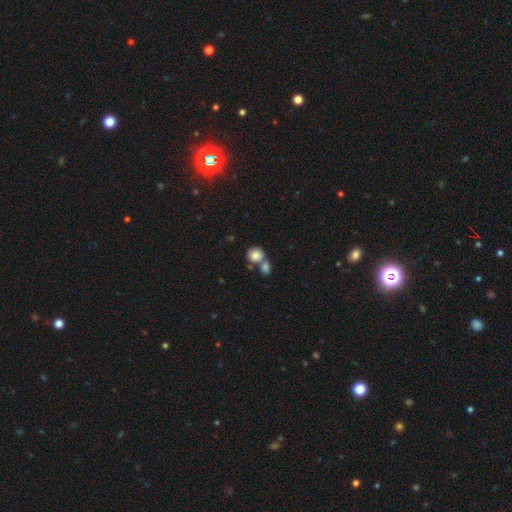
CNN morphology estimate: type=smooth (84%); roundness=round (81%); merging=merger (46%).